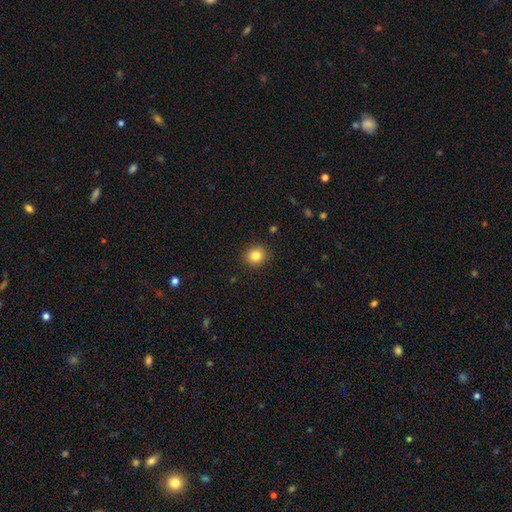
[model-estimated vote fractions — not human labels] This is clearly a smooth galaxy (83%). How rounded: clearly round (84%). Merging: clearly none (91%).